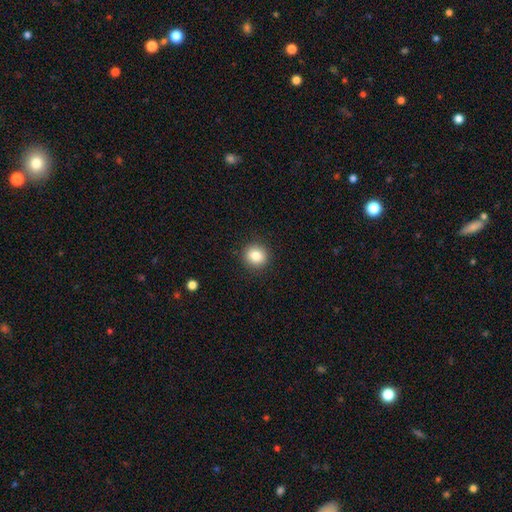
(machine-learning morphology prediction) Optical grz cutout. It shows a smooth galaxy with no disk features (83%) that is round (90%). Merging: none (91%).